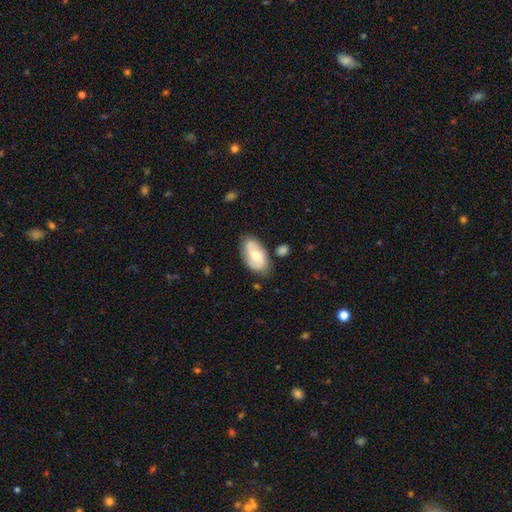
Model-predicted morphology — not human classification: Overall: featured or disk (51%; smooth 43%). Edge-on disk: no (94%). Merging: none (72%).